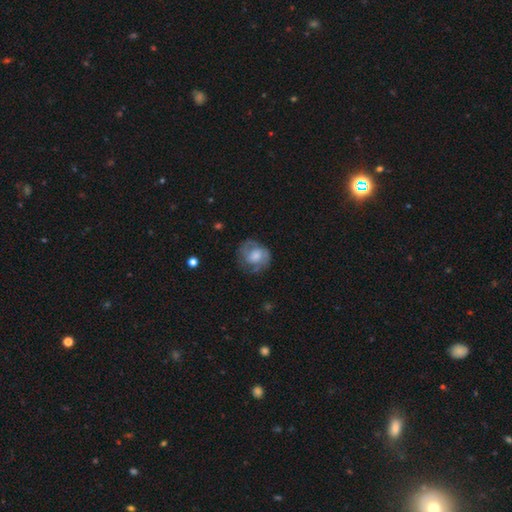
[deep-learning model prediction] smooth_or_featured: featured or disk (p=0.54) [alt: smooth p=0.39]
disk_edge_on: no (p=0.97) [alt: yes p=0.03]
bar: no (p=0.68) [alt: weak p=0.27]
has_spiral_arms: yes (p=0.75) [alt: no p=0.25]
bulge_size: moderate (p=0.39) [alt: large p=0.29]
merging: none (p=0.65) [alt: minor disturbance p=0.22]